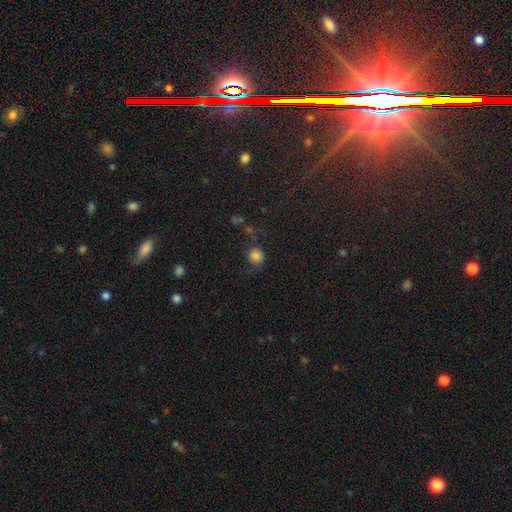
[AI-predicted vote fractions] Smooth or featured?
  - smooth: 80% *
  - star or artifact: 13%
  - featured or disk: 7%
How rounded?
  - round: 89% *
  - in between: 10%
  - cigar-shaped: 1%
Merging?
  - none: 64% *
  - minor disturbance: 20%
  - major disturbance: 12%
  - merger: 4%